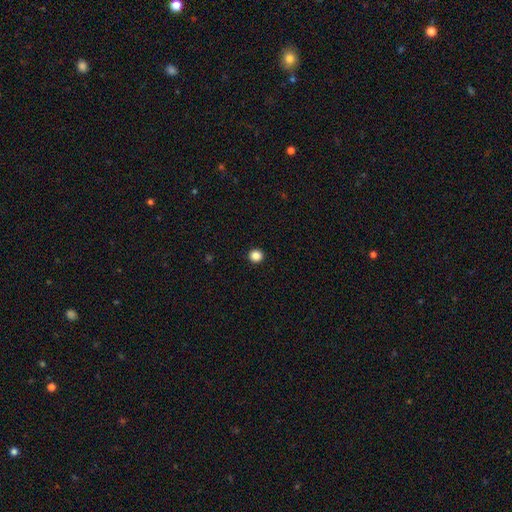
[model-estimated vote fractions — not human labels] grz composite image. It shows a smooth galaxy with no disk features (86%) that is round (93%). Merging: none (94%).